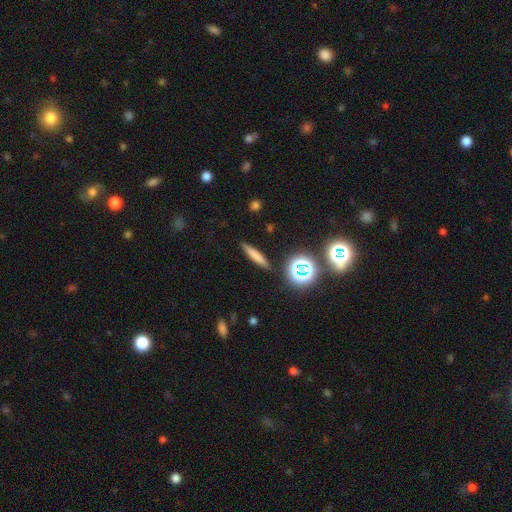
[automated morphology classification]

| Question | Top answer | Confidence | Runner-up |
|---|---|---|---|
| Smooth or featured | smooth | 69% | featured or disk (17%) |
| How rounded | cigar-shaped | 88% | in between (8%) |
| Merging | none | 88% | minor disturbance (8%) |